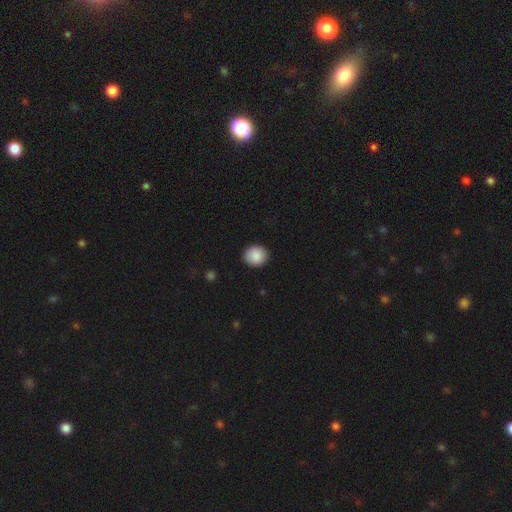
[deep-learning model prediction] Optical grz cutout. It shows a smooth galaxy with no disk features (89%) that is round (77%). Merging: none (89%).